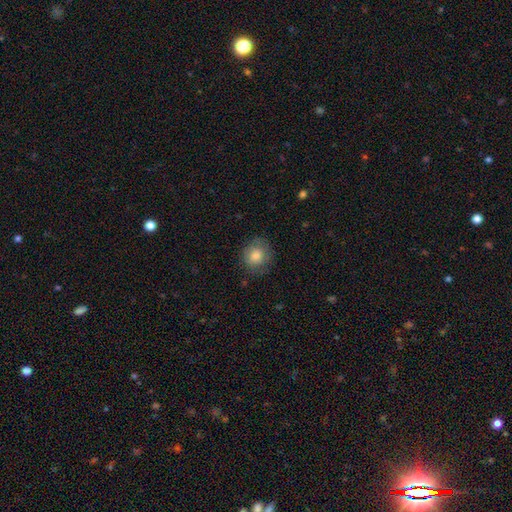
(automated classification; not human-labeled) A smooth galaxy with no disk features (76%) that is round (86%).

Vote fractions:
- Smooth or featured? smooth: 76% / featured or disk: 15% / star or artifact: 9%
- How rounded? round: 86% / in between: 13% / cigar-shaped: 1%
- Merging? none: 78% / minor disturbance: 16% / major disturbance: 5% / merger: 1%